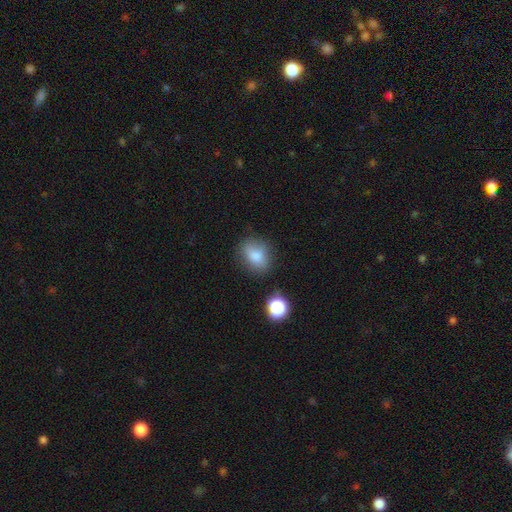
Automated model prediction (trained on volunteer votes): Smooth or featured?
  - smooth: 80% *
  - star or artifact: 11%
  - featured or disk: 9%
How rounded?
  - in between: 60% *
  - round: 38%
  - cigar-shaped: 2%
Merging?
  - none: 74% *
  - minor disturbance: 18%
  - major disturbance: 5%
  - merger: 3%